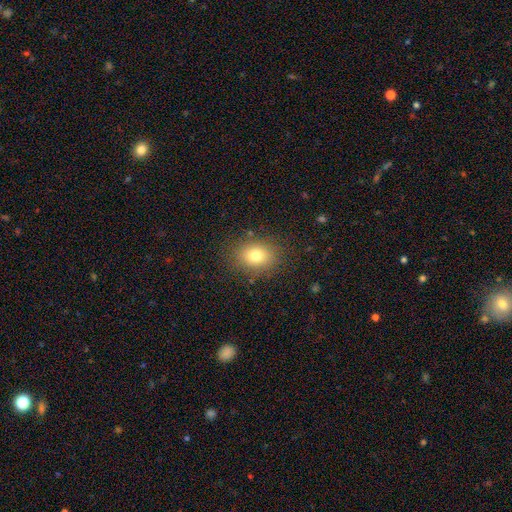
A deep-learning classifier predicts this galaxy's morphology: Smooth or featured? Predicted: smooth (p=0.78). How rounded? Predicted: in between (p=0.59). Merging? Predicted: none (p=0.84).